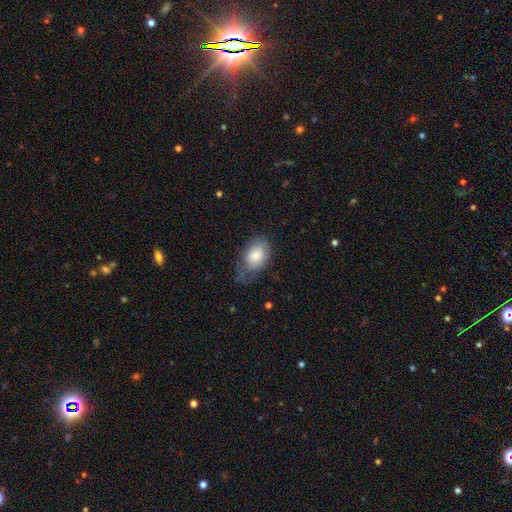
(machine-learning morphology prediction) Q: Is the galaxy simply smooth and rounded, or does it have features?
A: smooth — 80%.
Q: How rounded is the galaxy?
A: in between — 87%.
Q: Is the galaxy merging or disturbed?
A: none — 44%.